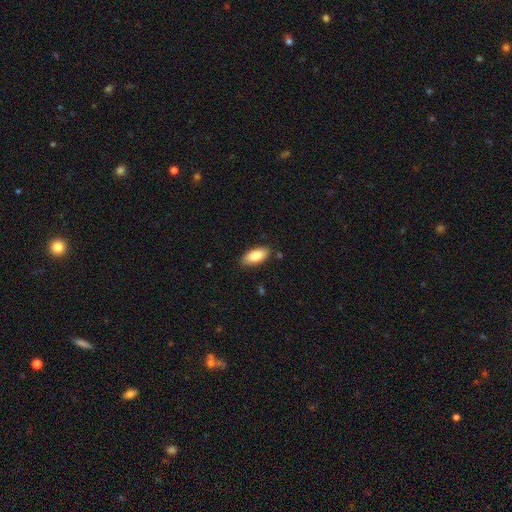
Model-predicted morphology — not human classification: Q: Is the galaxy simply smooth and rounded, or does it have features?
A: smooth — 85%.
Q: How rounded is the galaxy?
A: in between — 90%.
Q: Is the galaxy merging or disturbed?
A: none — 84%.